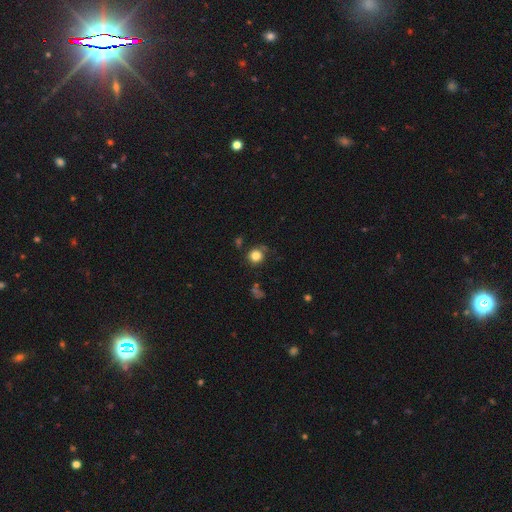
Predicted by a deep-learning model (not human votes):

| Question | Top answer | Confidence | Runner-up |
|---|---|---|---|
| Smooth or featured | smooth | 82% | star or artifact (12%) |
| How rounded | round | 90% | in between (9%) |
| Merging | none | 76% | minor disturbance (14%) |